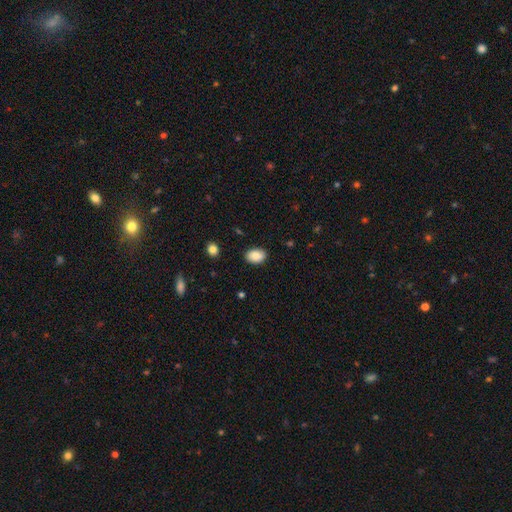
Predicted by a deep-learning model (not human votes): This appears to be a smooth galaxy with no disk features (88%) that is in between round and cigar-shaped (83%). Merging: none (87%).